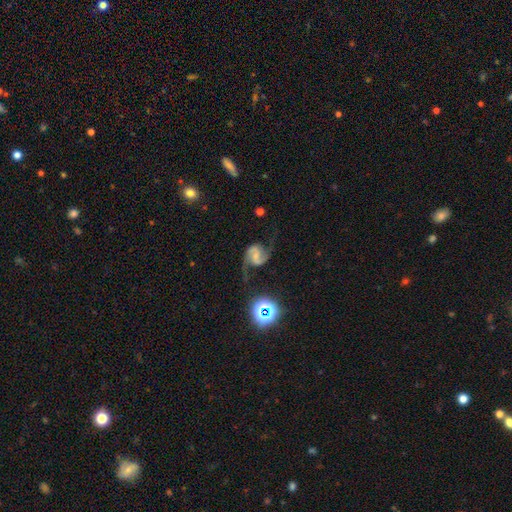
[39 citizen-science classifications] A featured or disk galaxy (85%) with a weak bar (43%), 2 (97%) loose (53%) spiral arms (100%) and a small central bulge (60%). Merging: none (69%).